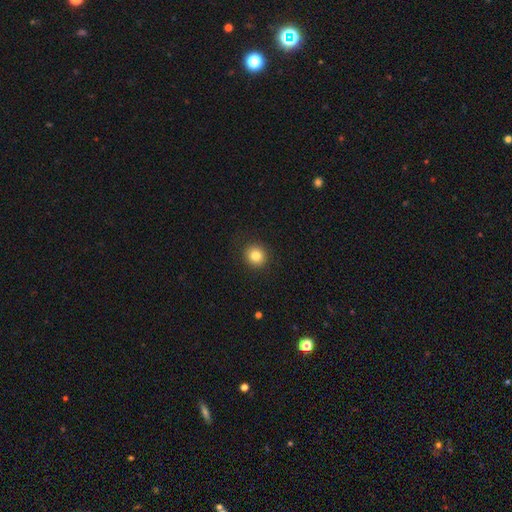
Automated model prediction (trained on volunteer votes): This appears to be a smooth galaxy with no disk features (82%) that is round (90%). Merging: none (91%).